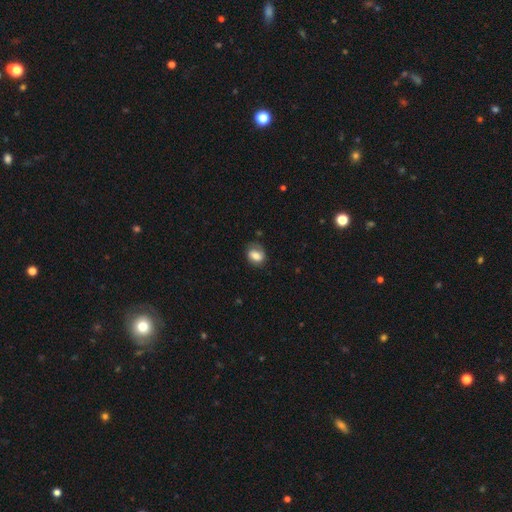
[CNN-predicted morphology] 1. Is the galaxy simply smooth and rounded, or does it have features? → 67% smooth, 25% featured or disk, 8% star or artifact.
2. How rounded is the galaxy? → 66% in between, 33% round, 1% cigar-shaped.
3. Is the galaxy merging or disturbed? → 64% none, 24% minor disturbance, 10% major disturbance, 2% merger.